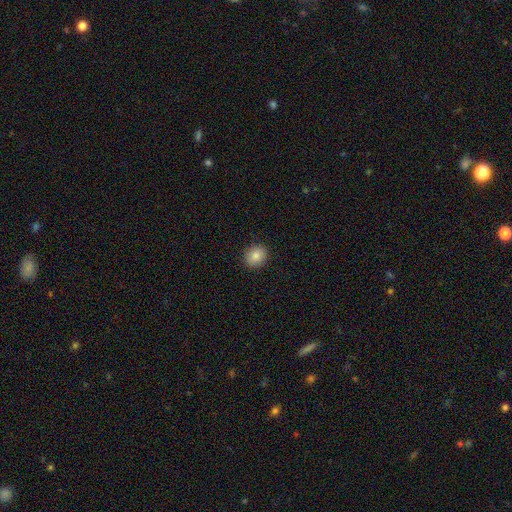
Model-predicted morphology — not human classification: Smooth or featured?
  - smooth: 84% *
  - star or artifact: 9%
  - featured or disk: 6%
How rounded?
  - round: 77% *
  - in between: 22%
  - cigar-shaped: 1%
Merging?
  - none: 91% *
  - minor disturbance: 7%
  - major disturbance: 2%
  - merger: 1%